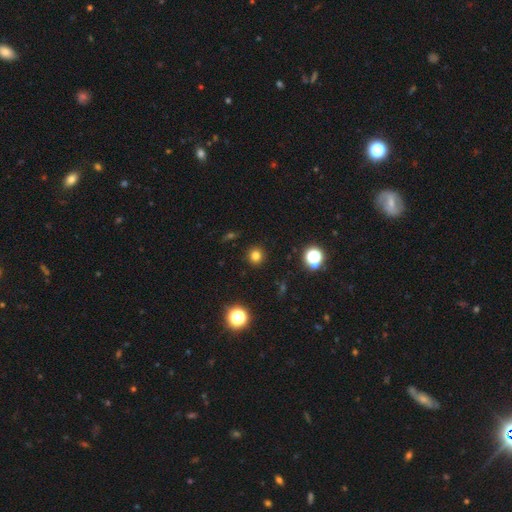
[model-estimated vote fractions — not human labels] Smooth or featured: smooth — 78% (star or artifact — 17%)
How rounded: round — 92% (in between — 7%)
Merging: none — 91% (minor disturbance — 5%)